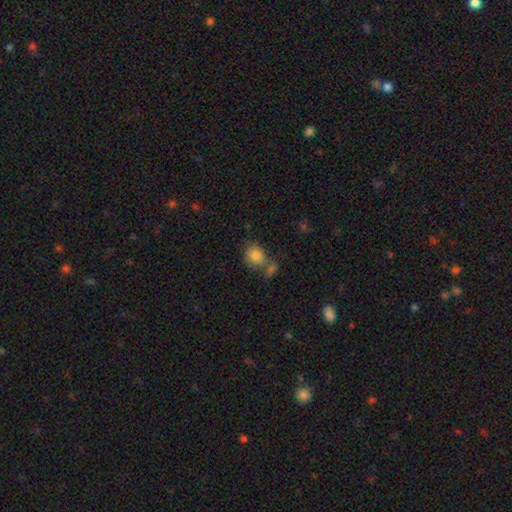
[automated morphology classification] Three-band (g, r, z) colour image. It shows a smooth galaxy with no disk features (84%) that is round (61%). Merging: none (52%).